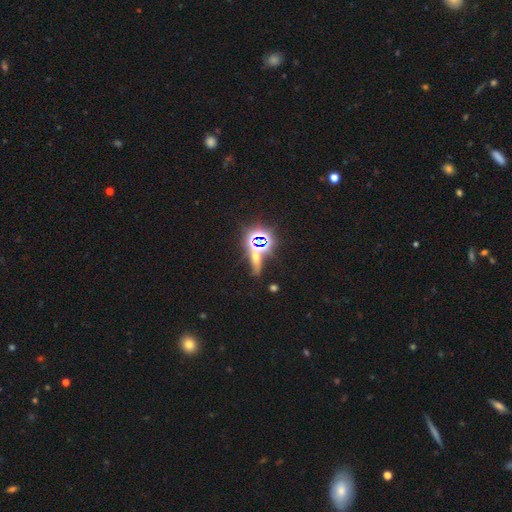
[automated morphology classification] Smooth or featured?
  - star or artifact: 60% *
  - smooth: 23%
  - featured or disk: 17%